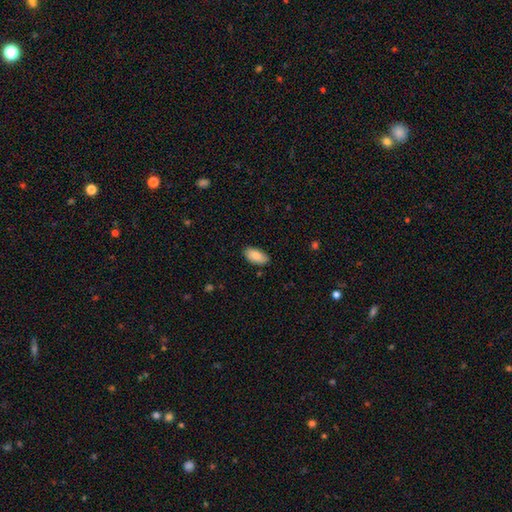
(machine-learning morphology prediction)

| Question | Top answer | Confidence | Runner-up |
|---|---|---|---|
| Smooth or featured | smooth | 86% | featured or disk (8%) |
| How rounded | in between | 94% | cigar-shaped (4%) |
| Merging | none | 86% | minor disturbance (11%) |